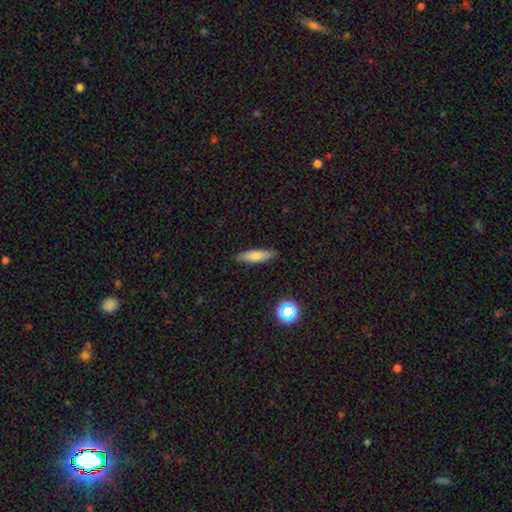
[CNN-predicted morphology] Q: Smooth or featured?
A: smooth (72%); runner-up: featured or disk (18%)
Q: How rounded?
A: cigar-shaped (67%); runner-up: in between (30%)
Q: Merging?
A: none (87%); runner-up: minor disturbance (10%)